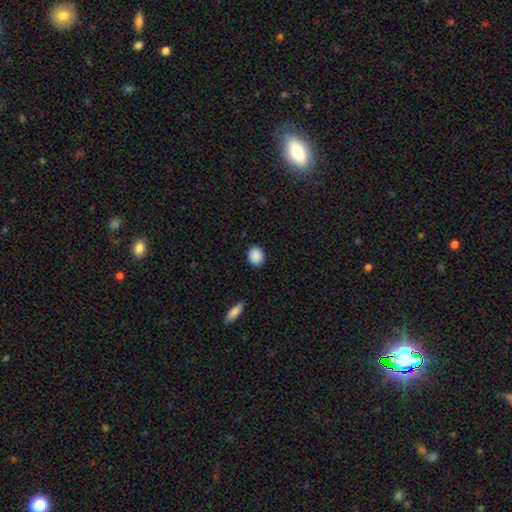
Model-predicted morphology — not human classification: A smooth galaxy with no disk features (90%) that is round (52%).

Vote fractions:
- Smooth or featured? smooth: 90% / star or artifact: 7% / featured or disk: 3%
- How rounded? round: 52% / in between: 47% / cigar-shaped: 1%
- Merging? none: 89% / minor disturbance: 8% / major disturbance: 2% / merger: 1%